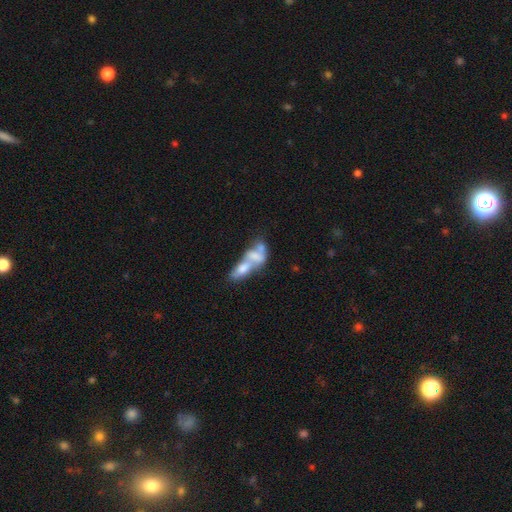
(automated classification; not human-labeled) smooth 54%, featured or disk 37%, star or artifact 9%. Down the decision tree: how rounded — in between (78%); merging — merger (75%).